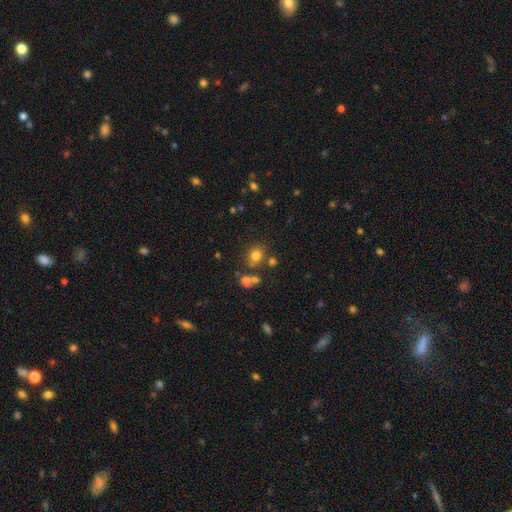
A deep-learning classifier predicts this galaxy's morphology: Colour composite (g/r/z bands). It shows a smooth galaxy with no disk features (74%) that is round (68%). Merging: none (70%).